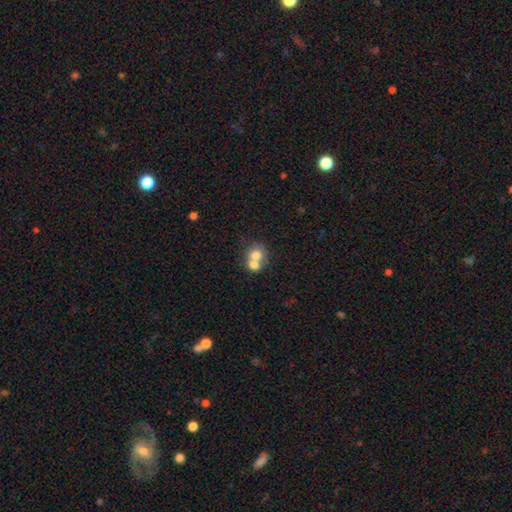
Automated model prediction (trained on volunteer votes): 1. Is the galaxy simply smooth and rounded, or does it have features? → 71% smooth, 19% featured or disk, 10% star or artifact.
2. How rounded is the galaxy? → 71% round, 28% in between, 1% cigar-shaped.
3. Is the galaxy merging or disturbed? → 64% merger, 27% none, 6% minor disturbance, 3% major disturbance.